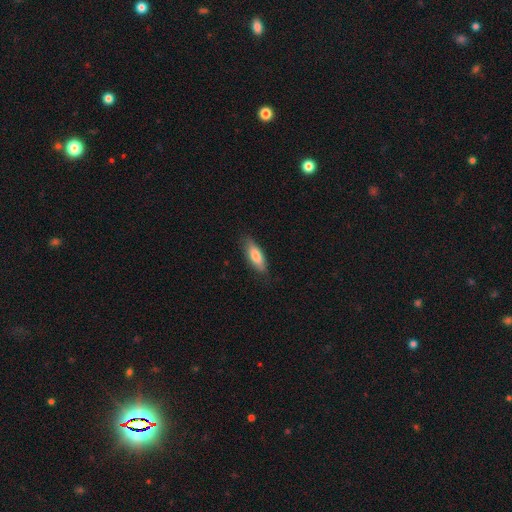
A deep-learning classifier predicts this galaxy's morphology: This is likely a smooth galaxy (79%). How rounded: likely in between (62%). Merging: likely none (78%).